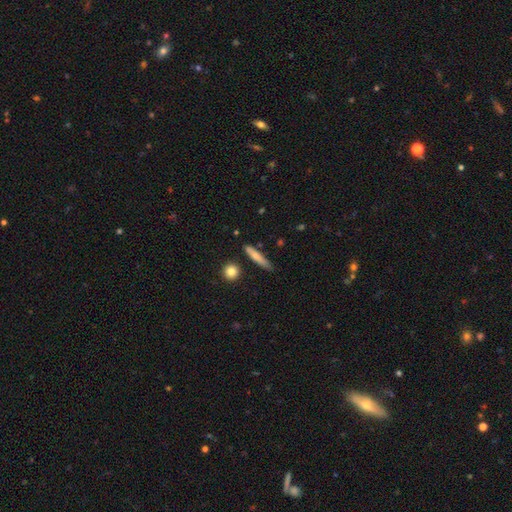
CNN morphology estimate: Q: Smooth or featured?
A: smooth (70%); runner-up: featured or disk (24%)
Q: How rounded?
A: cigar-shaped (88%); runner-up: in between (9%)
Q: Merging?
A: none (79%); runner-up: minor disturbance (15%)